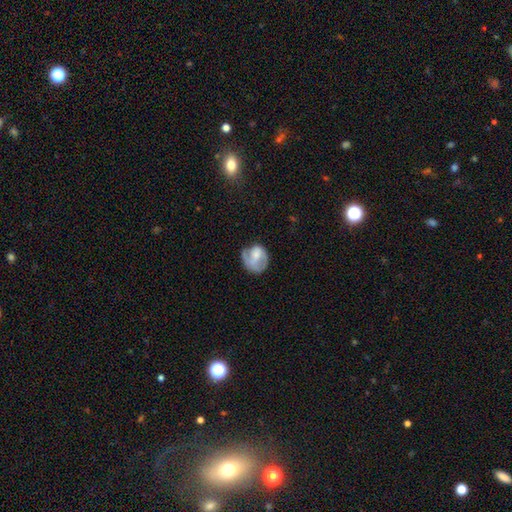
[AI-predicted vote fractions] Smooth or featured? Predicted: smooth (p=0.49). Merging? Predicted: none (p=0.48).